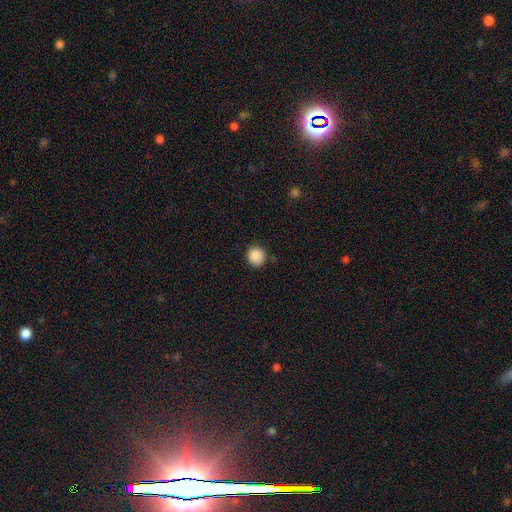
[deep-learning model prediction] Smooth or featured? Predicted: smooth (p=0.88). How rounded? Predicted: round (p=0.89). Merging? Predicted: none (p=0.85).